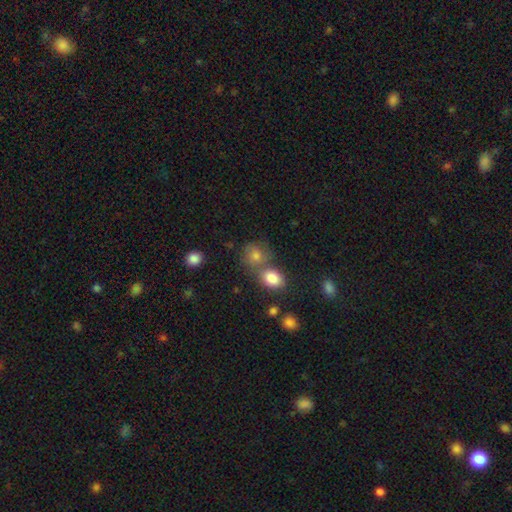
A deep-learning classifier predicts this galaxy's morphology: This appears to be a smooth galaxy with no disk features (77%) that is round (70%). Merging: none (50%).